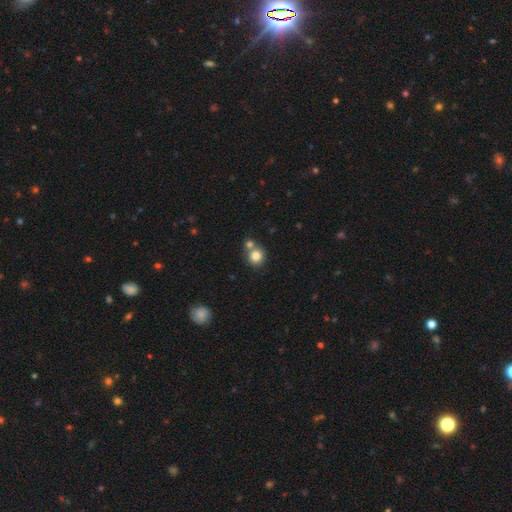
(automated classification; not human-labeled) This appears to be a smooth galaxy with no disk features (81%) that is round (88%). Merging: none (58%).